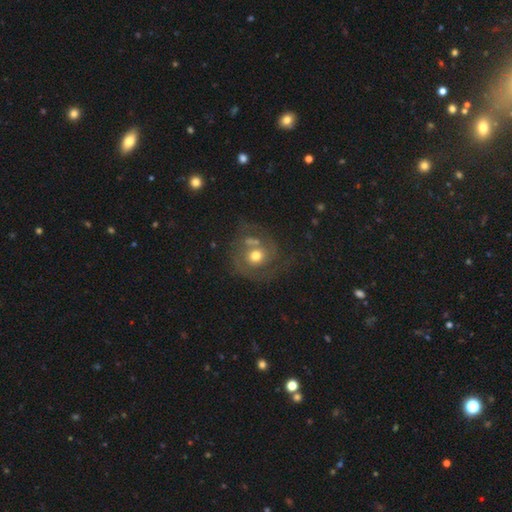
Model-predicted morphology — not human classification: A featured or disk galaxy (64%) with no bar (83%), spiral arms (73%) and a moderate central bulge (73%).

Vote fractions:
- Smooth or featured? featured or disk: 64% / smooth: 28% / star or artifact: 9%
- Edge-on disk? no: 97% / yes: 3%
- Bar? no: 83% / weak: 14% / strong: 3%
- Spiral arms? yes: 73% / no: 27%
- Bulge size? moderate: 73% / small: 14% / large: 10% / dominant: 1% / none: 1%
- Merging? none: 49% / minor disturbance: 18% / major disturbance: 18% / merger: 15%